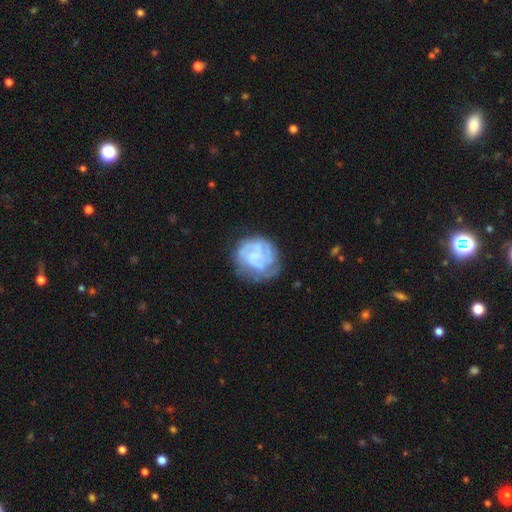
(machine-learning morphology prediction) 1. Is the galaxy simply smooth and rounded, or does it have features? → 73% featured or disk, 20% smooth, 7% star or artifact.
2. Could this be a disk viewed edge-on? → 98% no, 2% yes.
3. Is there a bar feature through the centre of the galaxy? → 55% no, 36% weak, 9% strong.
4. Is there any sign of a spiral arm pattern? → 83% yes, 17% no.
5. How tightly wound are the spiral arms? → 52% tight, 35% medium, 13% loose.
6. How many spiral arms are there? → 36% can't tell, 24% 2, 23% 3, 7% 4, 6% 1, 4% more than 4.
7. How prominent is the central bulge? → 49% none, 32% small, 15% moderate, 3% large, 1% dominant.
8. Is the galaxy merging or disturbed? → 62% none, 22% minor disturbance, 15% major disturbance, 2% merger.